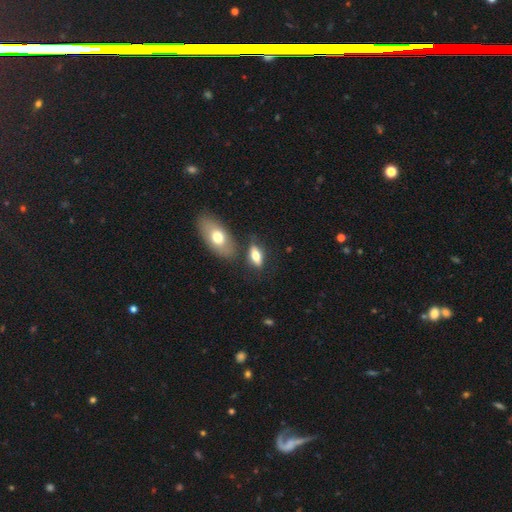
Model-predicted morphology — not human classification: Smooth or featured?
  - smooth: 67% *
  - featured or disk: 26%
  - star or artifact: 8%
How rounded?
  - in between: 81% *
  - cigar-shaped: 13%
  - round: 6%
Merging?
  - none: 68% *
  - minor disturbance: 14%
  - merger: 13%
  - major disturbance: 5%